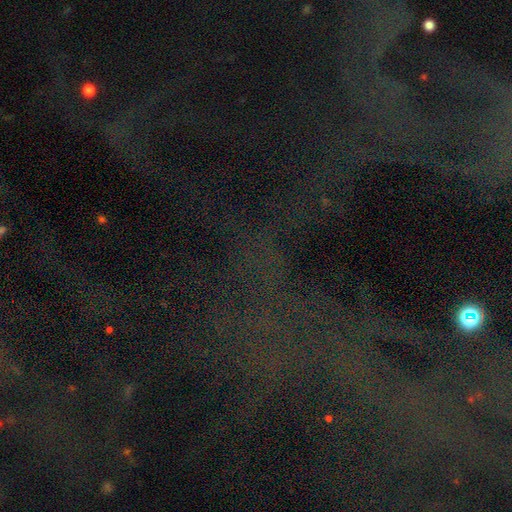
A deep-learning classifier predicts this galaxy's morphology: This is likely a star or artifact rather than a galaxy (74%).